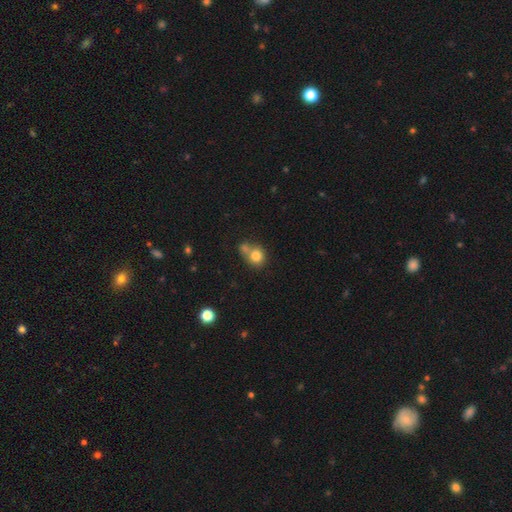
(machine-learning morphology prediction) A smooth galaxy with no disk features (79%) that is round (76%). Merging: none (45%).